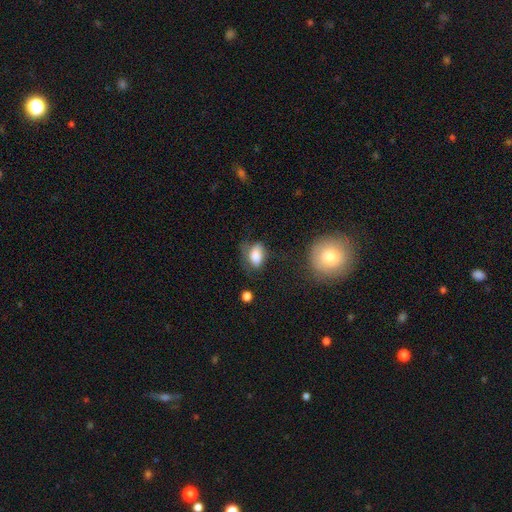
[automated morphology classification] Overall: smooth (80%). How rounded: in between (87%). Merging: none (43%; minor disturbance 34%).